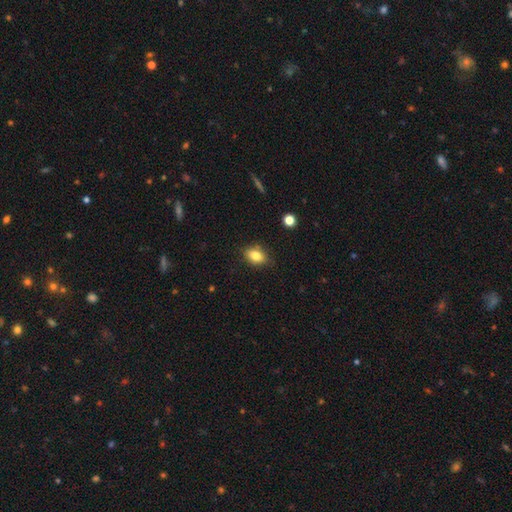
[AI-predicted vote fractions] This appears to be a smooth galaxy with no disk features (81%) that is in between round and cigar-shaped (76%). Merging: none (81%).